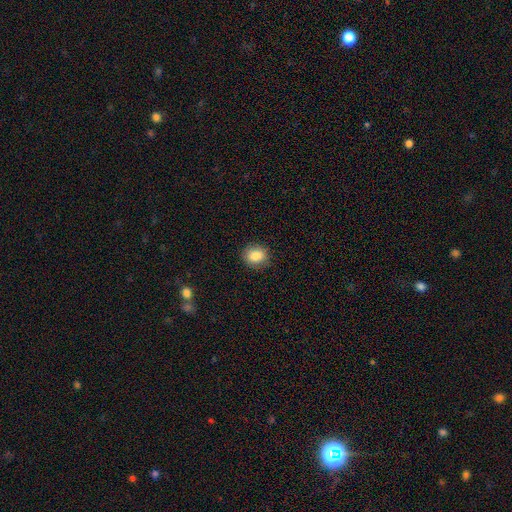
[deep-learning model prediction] Smooth or featured?
  - smooth: 86% *
  - star or artifact: 9%
  - featured or disk: 6%
How rounded?
  - round: 68% *
  - in between: 31%
  - cigar-shaped: 1%
Merging?
  - none: 88% *
  - minor disturbance: 9%
  - major disturbance: 2%
  - merger: 1%